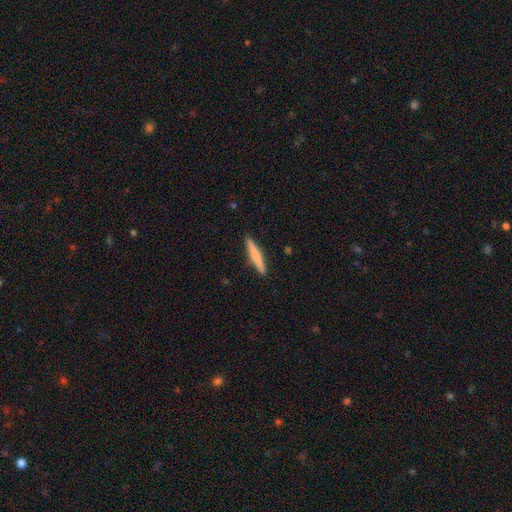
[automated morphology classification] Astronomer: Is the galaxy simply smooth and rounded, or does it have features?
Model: smooth — 63%.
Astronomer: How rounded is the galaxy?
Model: cigar-shaped — 94%.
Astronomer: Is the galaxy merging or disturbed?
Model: none — 91%.